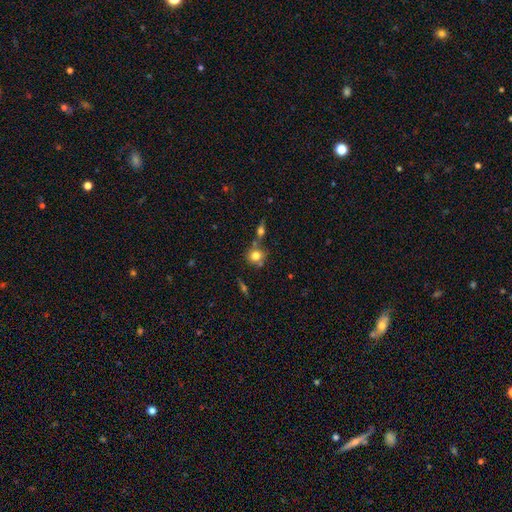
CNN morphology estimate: Q: Smooth or featured?
A: smooth (77%); runner-up: featured or disk (12%)
Q: How rounded?
A: round (79%); runner-up: in between (20%)
Q: Merging?
A: none (60%); runner-up: merger (24%)